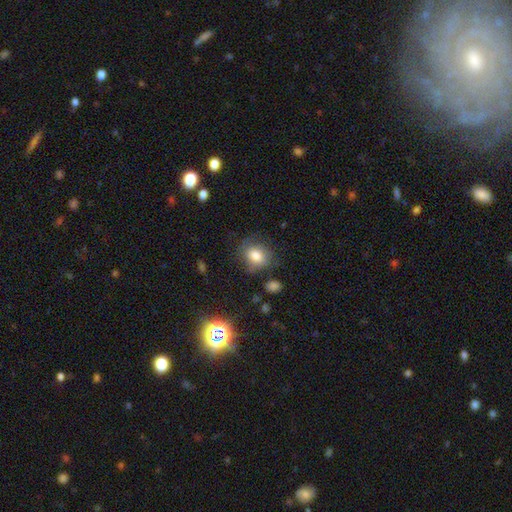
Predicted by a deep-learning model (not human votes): The model was most divided on "how rounded": round: 55%, in between: 44%, cigar-shaped: 1%. More confident: smooth or featured — smooth (76%); merging — none (65%).